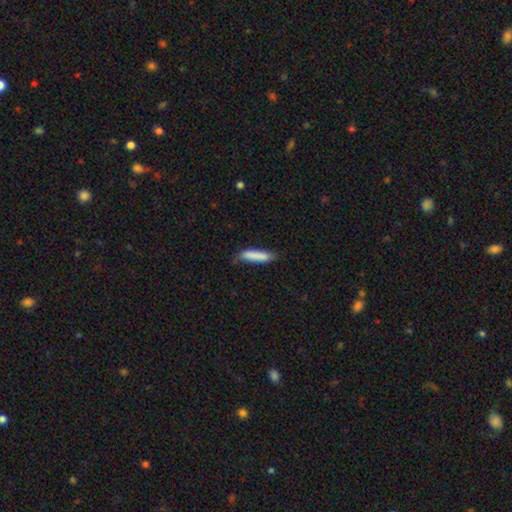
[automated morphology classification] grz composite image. It shows a smooth galaxy with no disk features (85%) that is cigar-shaped (79%). Merging: none (72%).